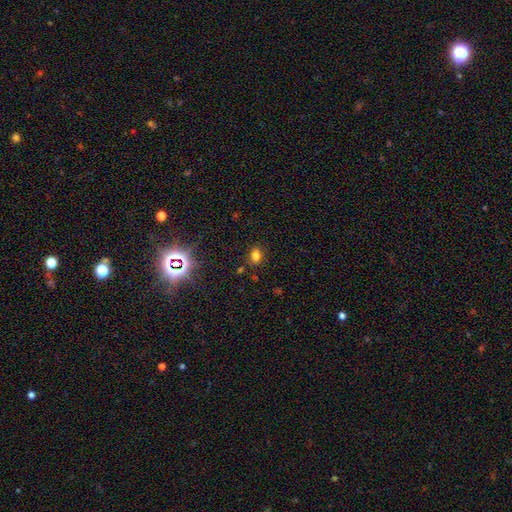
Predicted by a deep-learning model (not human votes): smooth_or_featured: smooth (p=0.73) [alt: star or artifact p=0.20]
how_rounded: in between (p=0.60) [alt: round p=0.38]
merging: none (p=0.79) [alt: minor disturbance p=0.13]